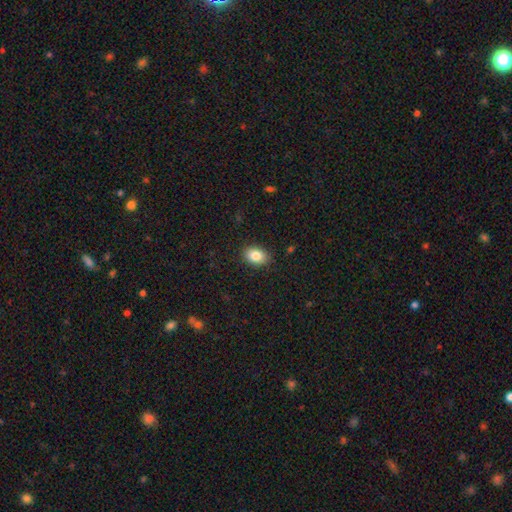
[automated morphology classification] smooth-or-featured: smooth: 84% | star or artifact: 9% | featured or disk: 7%
  how-rounded: in between: 80% | round: 19% | cigar-shaped: 1%
  merging: none: 88% | minor disturbance: 9% | major disturbance: 2% | merger: 1%